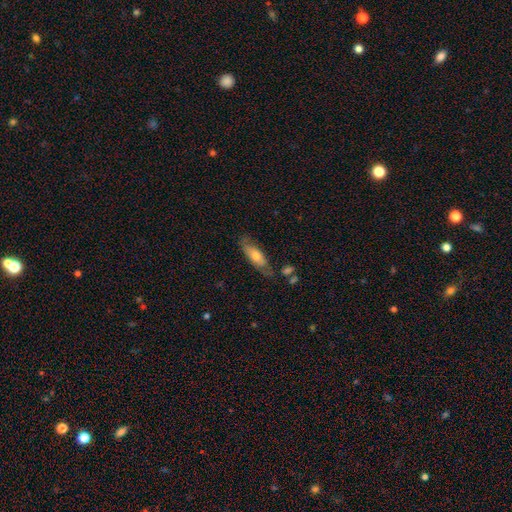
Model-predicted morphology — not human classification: Smooth or featured? Predicted: smooth (p=0.58). How rounded? Predicted: in between (p=0.60). Merging? Predicted: none (p=0.66).